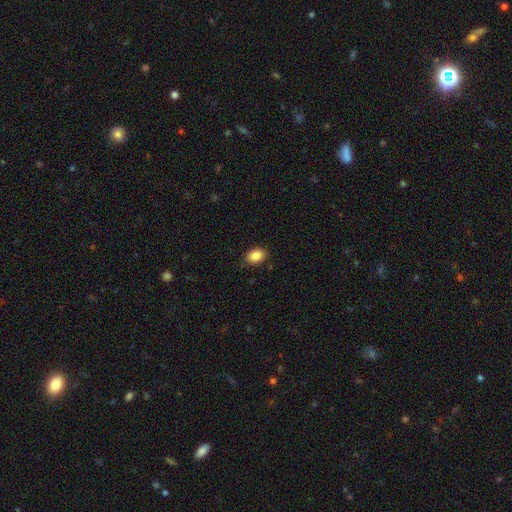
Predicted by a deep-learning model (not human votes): Smooth or featured?
  - smooth: 87% *
  - star or artifact: 8%
  - featured or disk: 5%
How rounded?
  - in between: 78% *
  - round: 21%
  - cigar-shaped: 1%
Merging?
  - none: 85% *
  - minor disturbance: 12%
  - major disturbance: 2%
  - merger: 1%